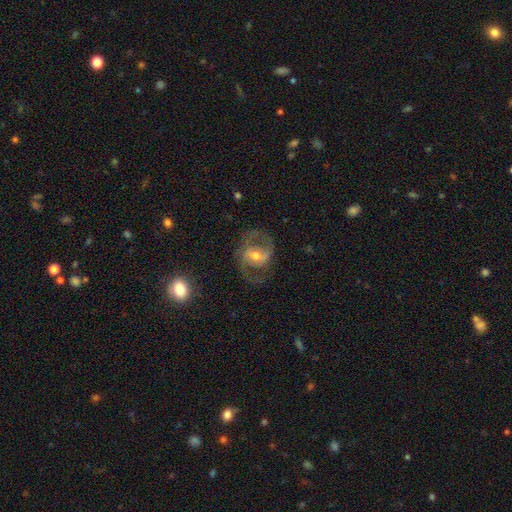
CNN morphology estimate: Smooth or featured? Predicted: featured or disk (p=0.80). Edge-on disk? Predicted: no (p=0.97). Bar? Predicted: weak (p=0.42). Spiral arms? Predicted: yes (p=0.88). Spiral winding? Predicted: medium (p=0.55). Spiral arm count? Predicted: 2 (p=0.87). Bulge size? Predicted: moderate (p=0.58). Merging? Predicted: none (p=0.69).